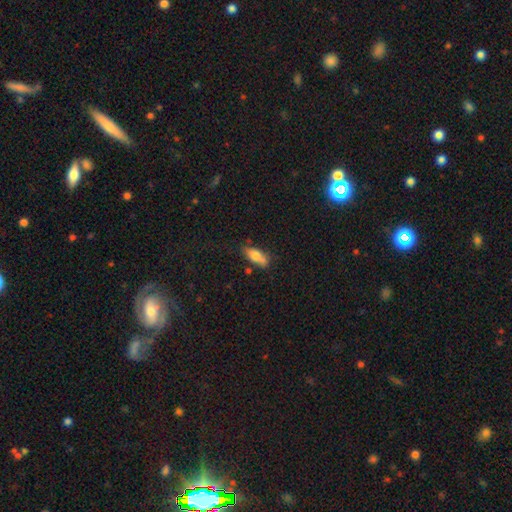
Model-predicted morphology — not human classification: Smooth or featured? Predicted: smooth (p=0.73). How rounded? Predicted: in between (p=0.71). Merging? Predicted: none (p=0.64).